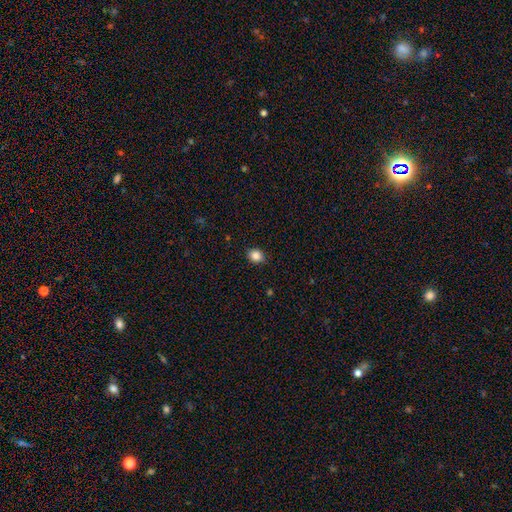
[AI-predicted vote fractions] smooth 86%, star or artifact 10%, featured or disk 4%. Down the decision tree: how rounded — round (67%); merging — none (90%).